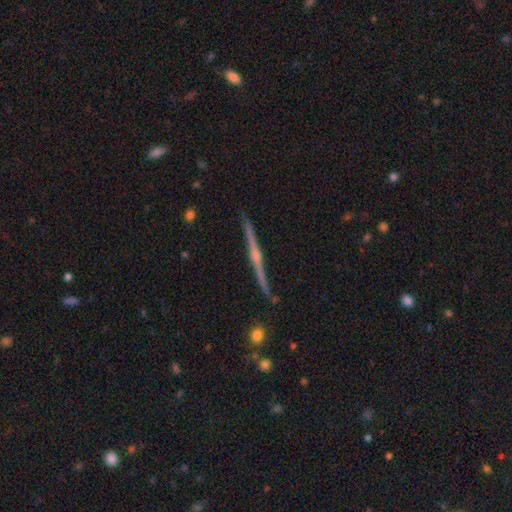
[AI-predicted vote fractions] Smooth or featured? Predicted: featured or disk (p=0.85). Edge-on disk? Predicted: yes (p=0.98). Edge-on bulge? Predicted: rounded (p=0.83). Merging? Predicted: none (p=0.90).